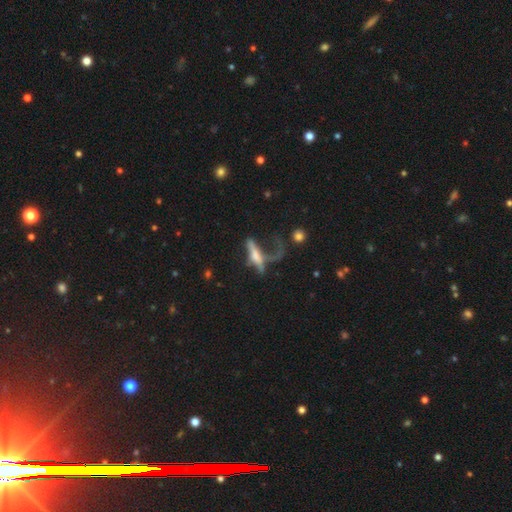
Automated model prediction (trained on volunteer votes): Smooth or featured? Predicted: featured or disk (p=0.50). Edge-on disk? Predicted: yes (p=0.63). Merging? Predicted: major disturbance (p=0.52).